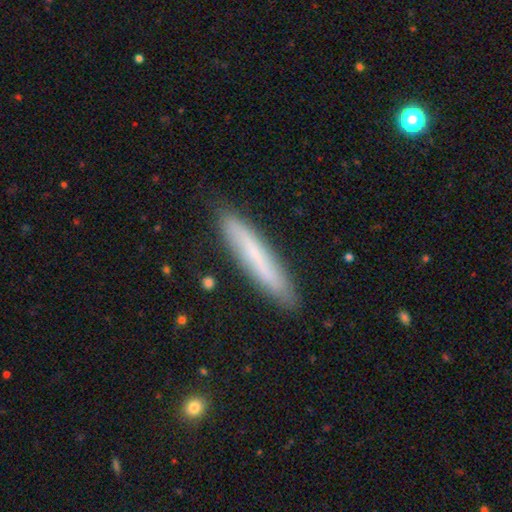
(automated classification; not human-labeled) This appears to be a smooth galaxy with no disk features (60%) that is cigar-shaped (93%). Merging: none (86%).